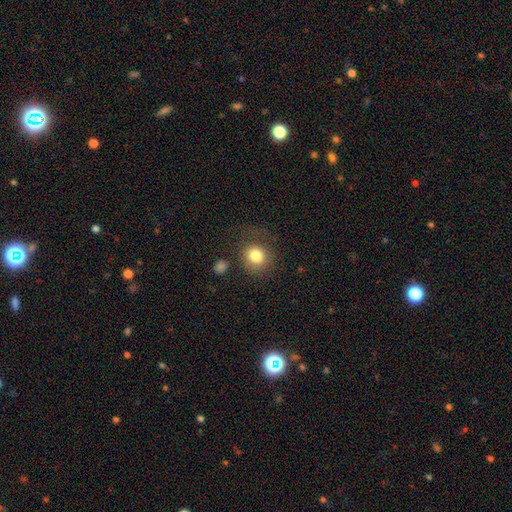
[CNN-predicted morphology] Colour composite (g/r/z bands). It shows a smooth galaxy with no disk features (82%) that is round (82%). Merging: none (69%).